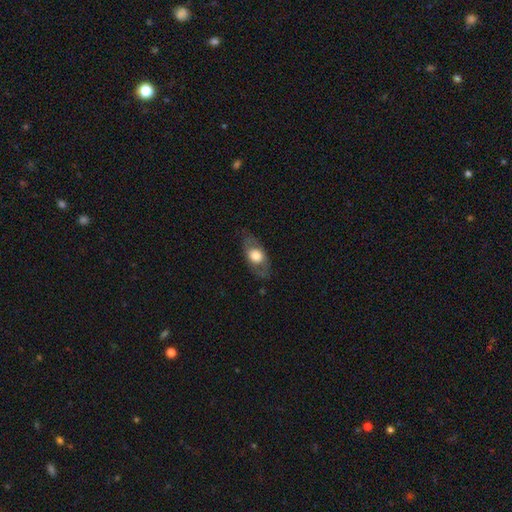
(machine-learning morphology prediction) type=smooth (51%); roundness=in between (78%); merging=none (78%).